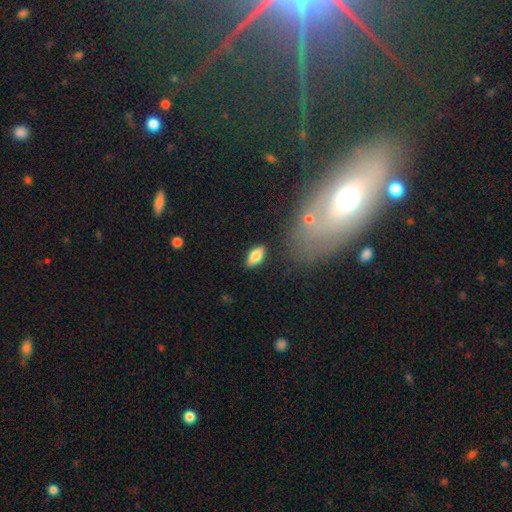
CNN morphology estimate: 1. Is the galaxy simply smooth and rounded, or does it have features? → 71% smooth, 21% featured or disk, 7% star or artifact.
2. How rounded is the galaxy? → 80% in between, 16% cigar-shaped, 4% round.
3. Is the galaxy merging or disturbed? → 86% none, 10% minor disturbance, 3% major disturbance, 2% merger.